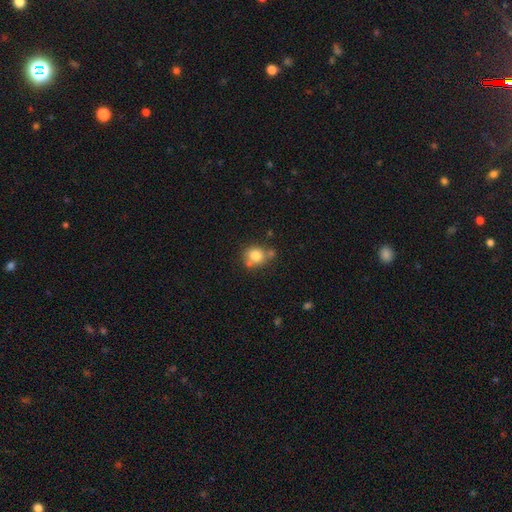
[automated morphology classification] type=smooth (79%); roundness=round (76%); merging=none (57%).